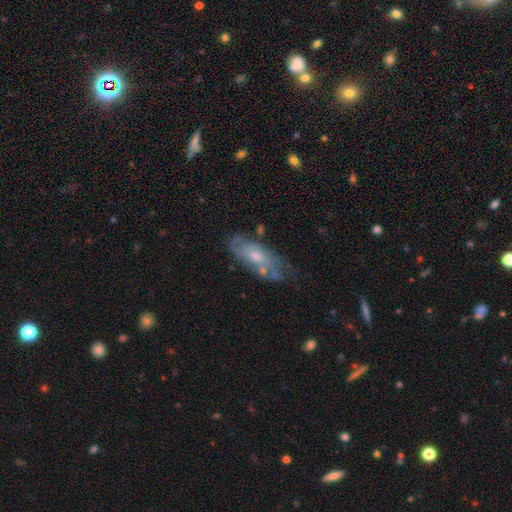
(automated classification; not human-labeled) Smooth or featured? Predicted: featured or disk (p=0.63). Edge-on disk? Predicted: no (p=0.83). Bar? Predicted: no (p=0.69). Spiral arms? Predicted: yes (p=0.71). Bulge size? Predicted: moderate (p=0.49). Merging? Predicted: none (p=0.59).